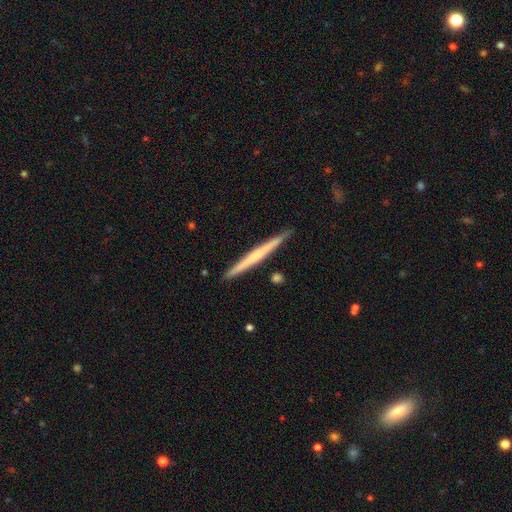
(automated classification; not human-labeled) Smooth or featured? featured or disk (57%)
Edge-on disk? yes (98%)
Edge-on bulge? none (60%)
Merging? none (91%)